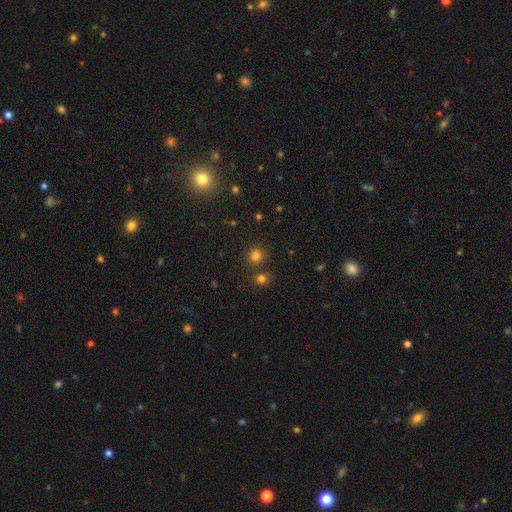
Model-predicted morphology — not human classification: This appears to be a smooth galaxy with no disk features (77%) that is round (90%). Merging: none (80%).